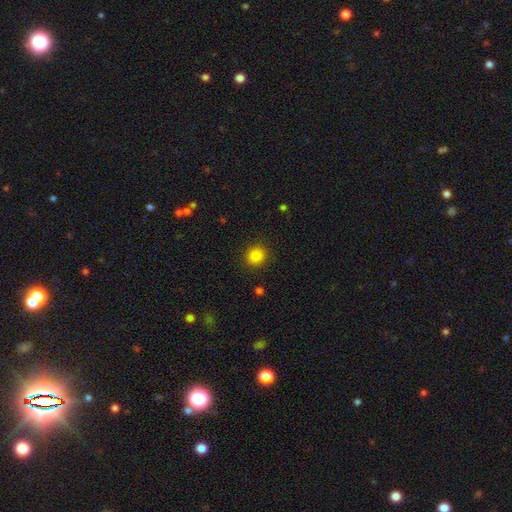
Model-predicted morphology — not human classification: smooth-or-featured: smooth: 85% | star or artifact: 11% | featured or disk: 4%
  how-rounded: round: 90% | in between: 9% | cigar-shaped: 1%
  merging: none: 91% | minor disturbance: 6% | major disturbance: 2% | merger: 1%